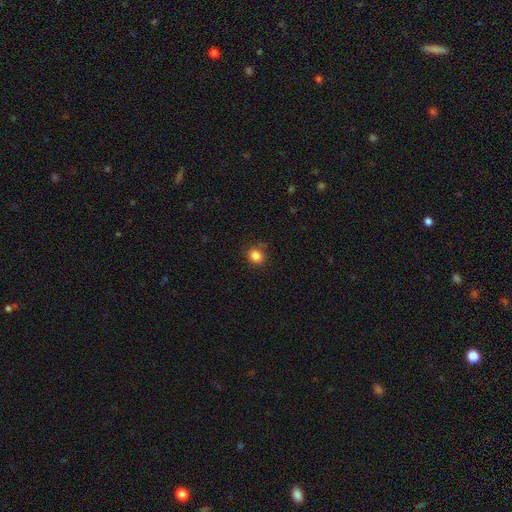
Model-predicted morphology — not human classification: Smooth or featured?
  - smooth: 85% *
  - star or artifact: 11%
  - featured or disk: 4%
How rounded?
  - round: 78% *
  - in between: 22%
  - cigar-shaped: 1%
Merging?
  - none: 82% *
  - minor disturbance: 13%
  - major disturbance: 3%
  - merger: 2%